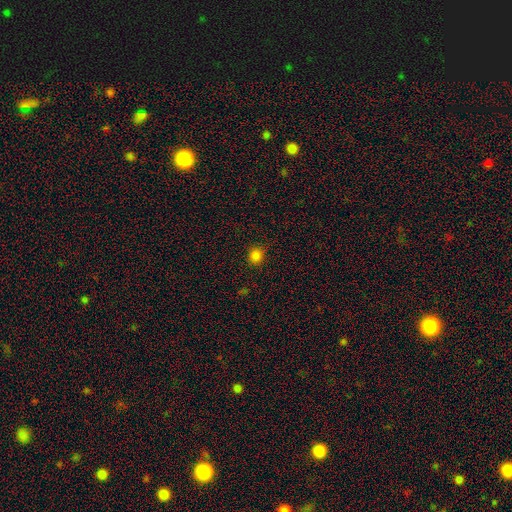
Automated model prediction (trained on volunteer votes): smooth_or_featured: smooth (p=0.82) [alt: star or artifact p=0.15]
how_rounded: round (p=0.86) [alt: in between p=0.13]
merging: none (p=0.88) [alt: minor disturbance p=0.09]